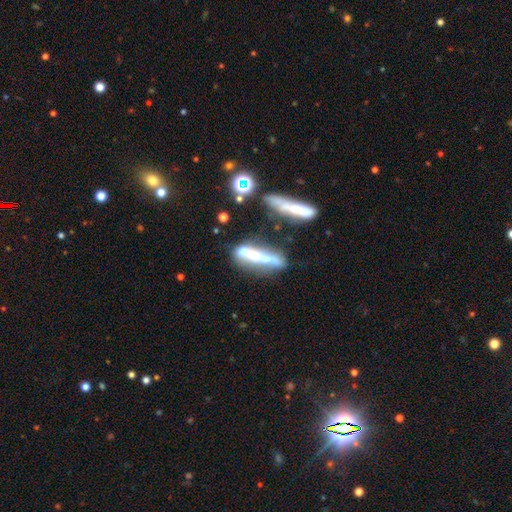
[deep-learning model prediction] smooth-or-featured: featured or disk: 48% | smooth: 41% | star or artifact: 11%
  merging: none: 44% | minor disturbance: 23% | major disturbance: 17% | merger: 16%